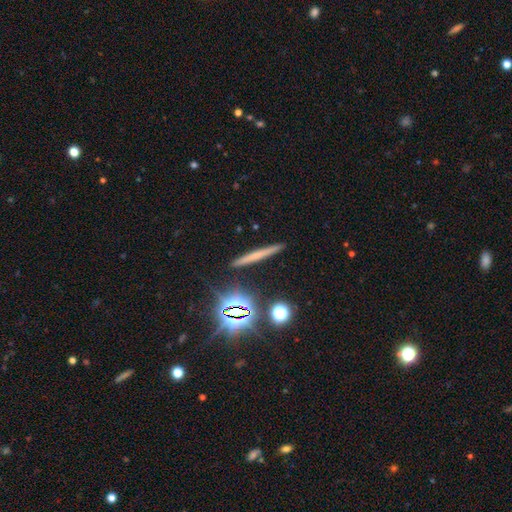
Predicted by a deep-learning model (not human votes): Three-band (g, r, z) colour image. It shows a smooth galaxy with no disk features (48%). Merging: none (90%).